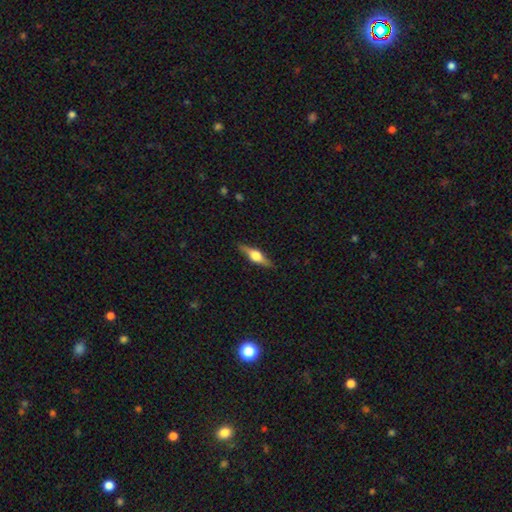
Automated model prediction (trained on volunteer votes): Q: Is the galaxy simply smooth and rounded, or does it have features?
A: featured or disk — 66%.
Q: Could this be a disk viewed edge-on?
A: yes — 96%.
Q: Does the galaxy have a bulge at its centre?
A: rounded — 94%.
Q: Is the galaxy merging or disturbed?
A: none — 89%.